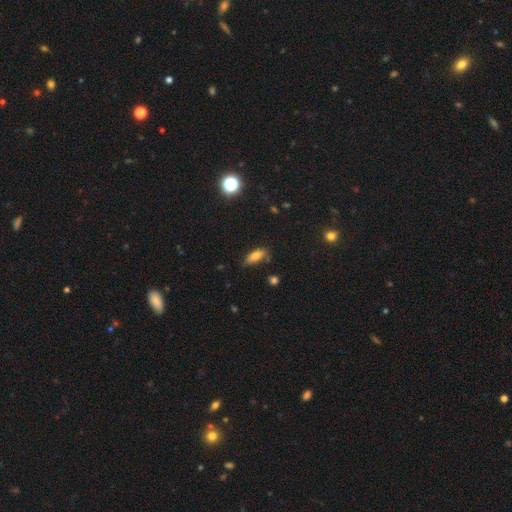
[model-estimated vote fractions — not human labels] Smooth or featured?
  - smooth: 74% *
  - featured or disk: 15%
  - star or artifact: 11%
How rounded?
  - in between: 71% *
  - cigar-shaped: 25%
  - round: 3%
Merging?
  - none: 63% *
  - minor disturbance: 27%
  - major disturbance: 6%
  - merger: 4%